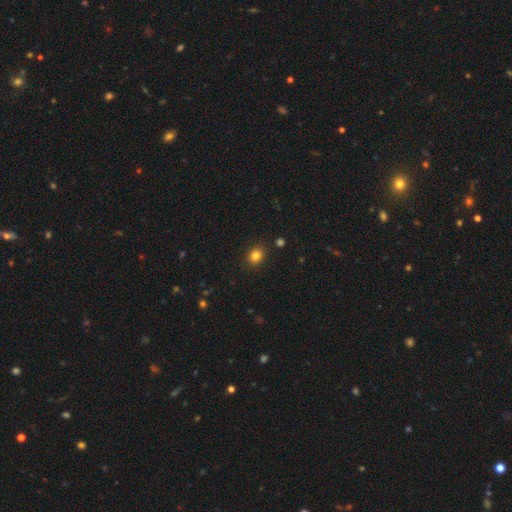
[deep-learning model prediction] Smooth or featured?
  - smooth: 83% *
  - star or artifact: 12%
  - featured or disk: 5%
How rounded?
  - round: 56% *
  - in between: 43%
  - cigar-shaped: 1%
Merging?
  - none: 88% *
  - minor disturbance: 8%
  - major disturbance: 2%
  - merger: 2%